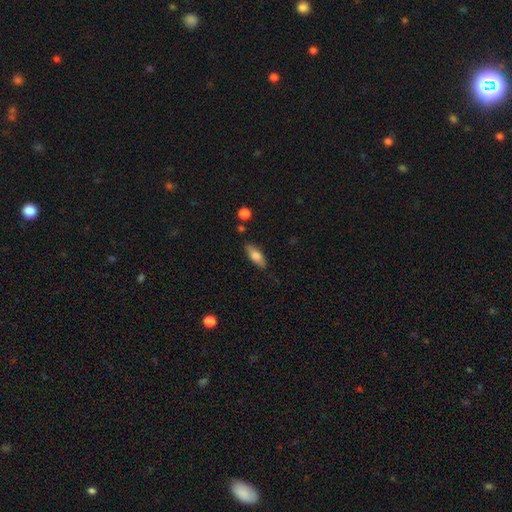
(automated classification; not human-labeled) Smooth or featured?
  - smooth: 70% *
  - featured or disk: 24%
  - star or artifact: 6%
How rounded?
  - in between: 66% *
  - cigar-shaped: 31%
  - round: 3%
Merging?
  - none: 83% *
  - minor disturbance: 12%
  - merger: 3%
  - major disturbance: 2%